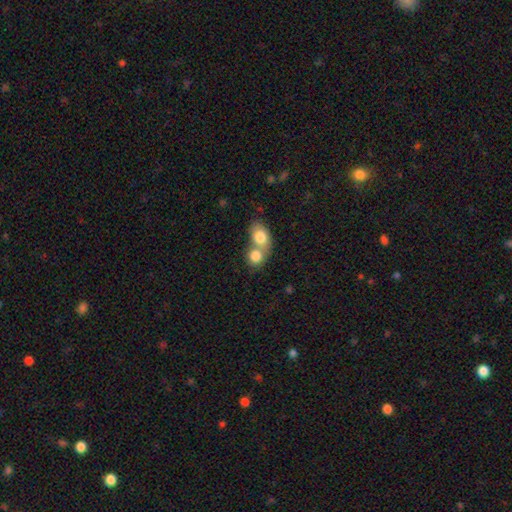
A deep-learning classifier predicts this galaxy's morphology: The model was most divided on "how rounded": round: 55%, in between: 44%, cigar-shaped: 2%. More confident: smooth or featured — smooth (80%); merging — merger (70%).